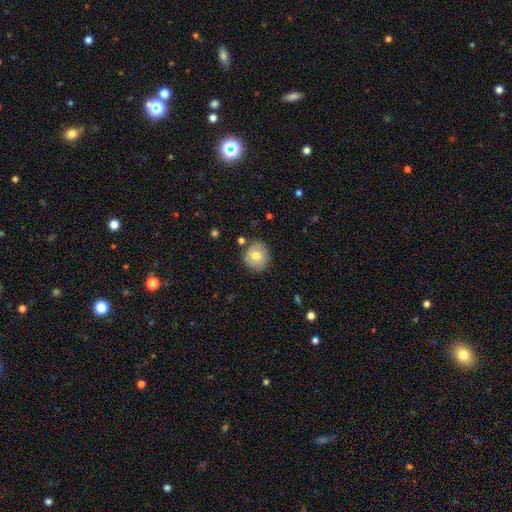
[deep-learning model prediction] Q: Smooth or featured?
A: smooth (66%); runner-up: featured or disk (26%)
Q: How rounded?
A: round (83%); runner-up: in between (16%)
Q: Merging?
A: none (81%); runner-up: minor disturbance (13%)